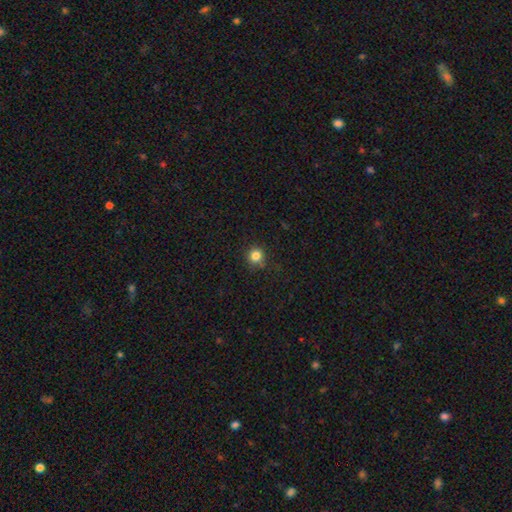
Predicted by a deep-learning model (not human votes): Smooth or featured: smooth — 83% (star or artifact — 13%)
How rounded: round — 92% (in between — 7%)
Merging: none — 84% (minor disturbance — 11%)